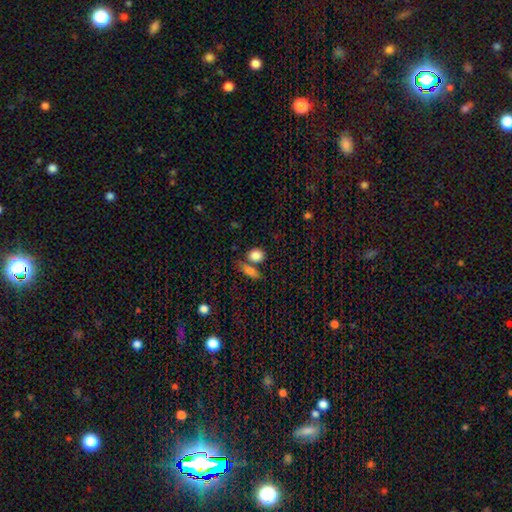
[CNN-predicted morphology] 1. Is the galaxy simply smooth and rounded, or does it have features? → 85% smooth, 9% star or artifact, 6% featured or disk.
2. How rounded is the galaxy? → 52% in between, 45% round, 3% cigar-shaped.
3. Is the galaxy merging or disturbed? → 58% none, 26% merger, 11% minor disturbance, 4% major disturbance.